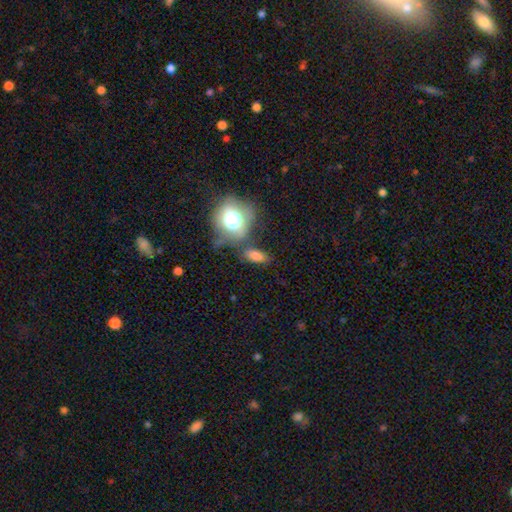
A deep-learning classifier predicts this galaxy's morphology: Q: Smooth or featured?
A: smooth (70%); runner-up: star or artifact (20%)
Q: How rounded?
A: in between (76%); runner-up: round (14%)
Q: Merging?
A: none (67%); runner-up: minor disturbance (14%)